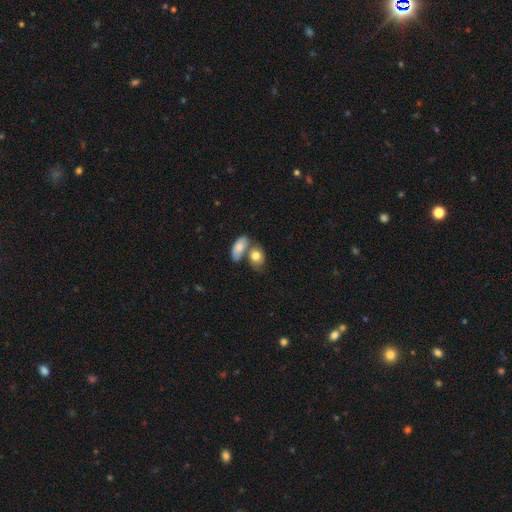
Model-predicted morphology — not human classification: Q: Smooth or featured?
A: smooth (75%); runner-up: featured or disk (18%)
Q: How rounded?
A: in between (73%); runner-up: round (25%)
Q: Merging?
A: merger (44%); runner-up: none (39%)